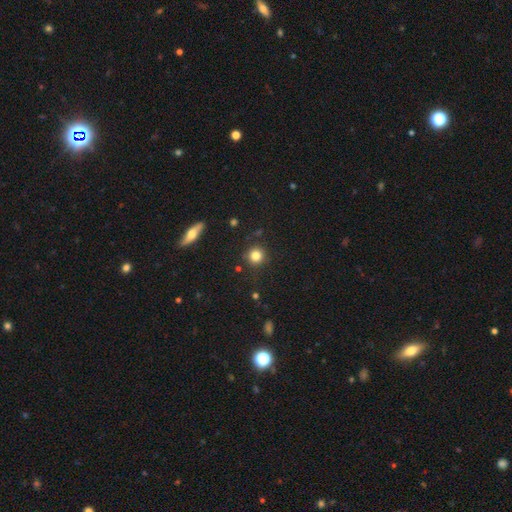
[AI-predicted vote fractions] Smooth or featured: smooth — 82% (star or artifact — 11%)
How rounded: round — 92% (in between — 7%)
Merging: none — 87% (minor disturbance — 8%)